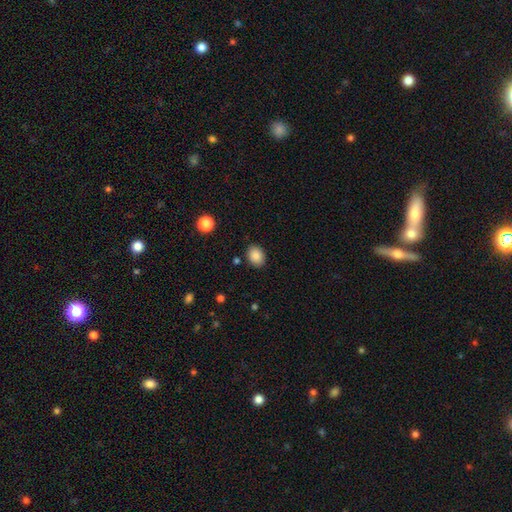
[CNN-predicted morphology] type=smooth (87%); roundness=in between (63%); merging=none (86%).